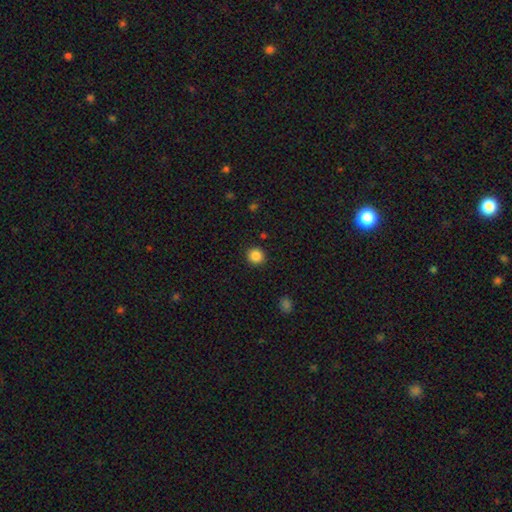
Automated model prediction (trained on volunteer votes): This appears to be a smooth galaxy with no disk features (86%) that is round (93%). Merging: none (92%).